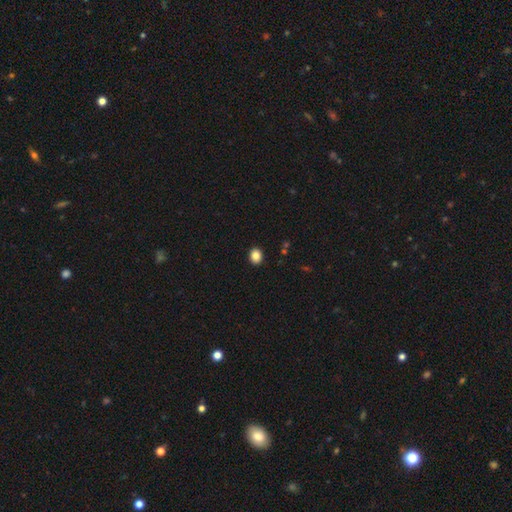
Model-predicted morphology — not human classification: Smooth or featured? smooth (85%)
How rounded? round (58%)
Merging? none (91%)